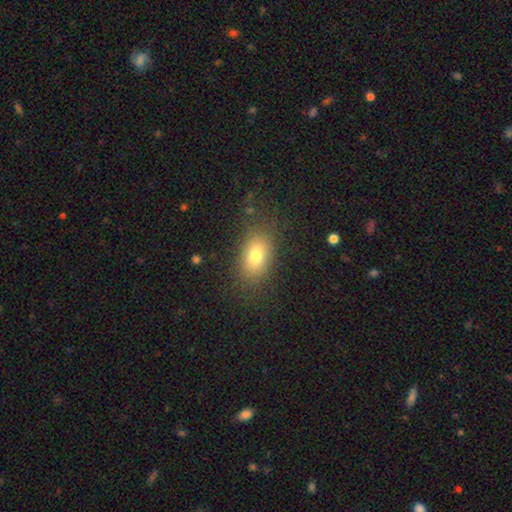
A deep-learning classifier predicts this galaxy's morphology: This appears to be a smooth galaxy with no disk features (77%) that is in between round and cigar-shaped (83%). Merging: none (81%).